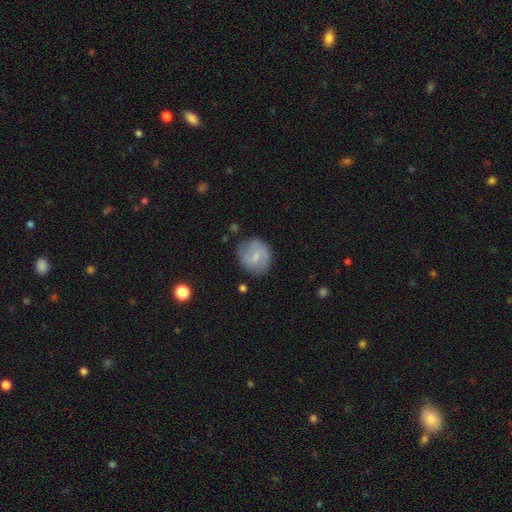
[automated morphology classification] type=smooth (58%); roundness=round (84%); merging=none (75%).